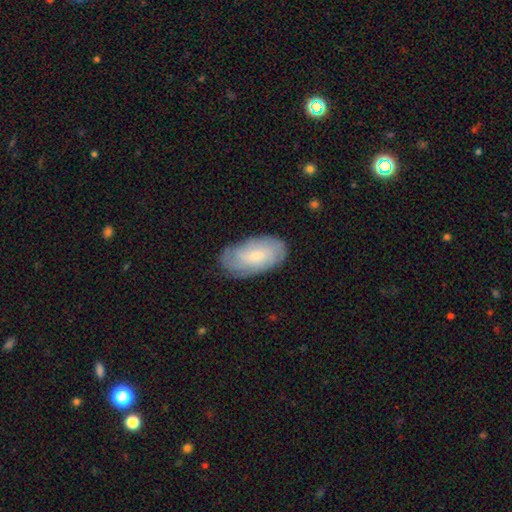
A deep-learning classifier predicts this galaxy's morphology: smooth-or-featured: featured or disk: 57% | smooth: 36% | star or artifact: 7%
  disk-edge-on: no: 95% | yes: 5%
    bar: no: 66% | weak: 30% | strong: 5%
    has-spiral-arms: yes: 90% | no: 10%
    bulge-size: small: 62% | moderate: 28% | none: 6% | large: 3% | dominant: 1%
  merging: none: 79% | minor disturbance: 16% | major disturbance: 4% | merger: 1%